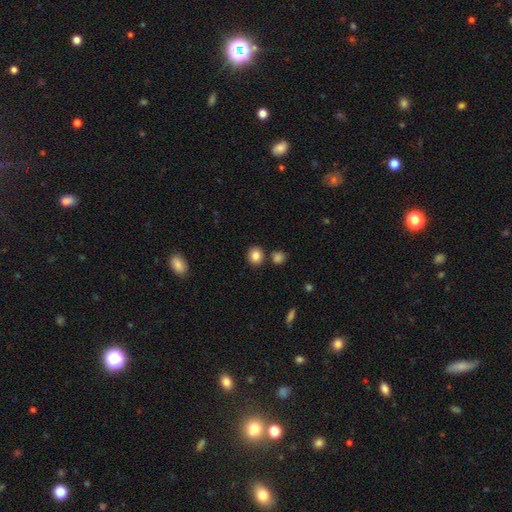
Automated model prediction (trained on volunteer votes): Smooth or featured? smooth (84%)
How rounded? round (76%)
Merging? none (81%)